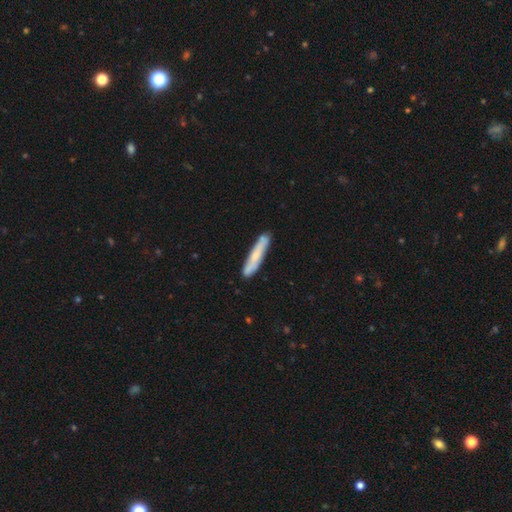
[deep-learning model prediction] smooth_or_featured: smooth (p=0.59) [alt: featured or disk p=0.35]
how_rounded: cigar-shaped (p=0.91) [alt: in between p=0.07]
merging: none (p=0.84) [alt: minor disturbance p=0.12]